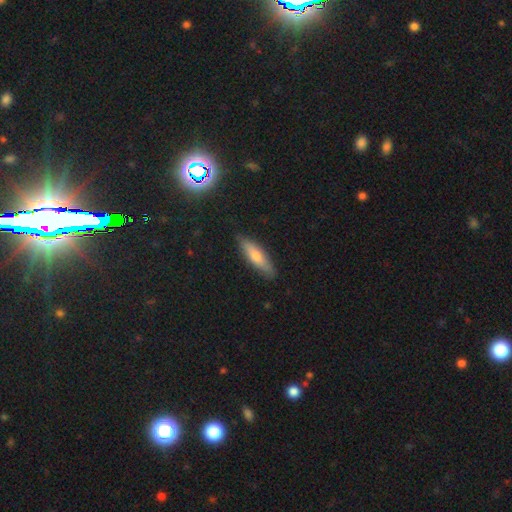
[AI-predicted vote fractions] Smooth or featured?
  - smooth: 60% *
  - featured or disk: 32%
  - star or artifact: 9%
How rounded?
  - cigar-shaped: 68% *
  - in between: 29%
  - round: 2%
Merging?
  - none: 87% *
  - minor disturbance: 10%
  - major disturbance: 2%
  - merger: 1%